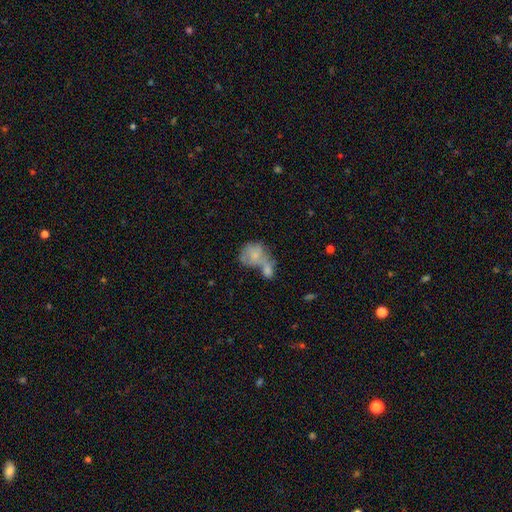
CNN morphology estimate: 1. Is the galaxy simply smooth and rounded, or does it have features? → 56% smooth, 34% featured or disk, 10% star or artifact.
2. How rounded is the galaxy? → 50% round, 49% in between, 2% cigar-shaped.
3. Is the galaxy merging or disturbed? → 57% merger, 19% none, 12% minor disturbance, 12% major disturbance.